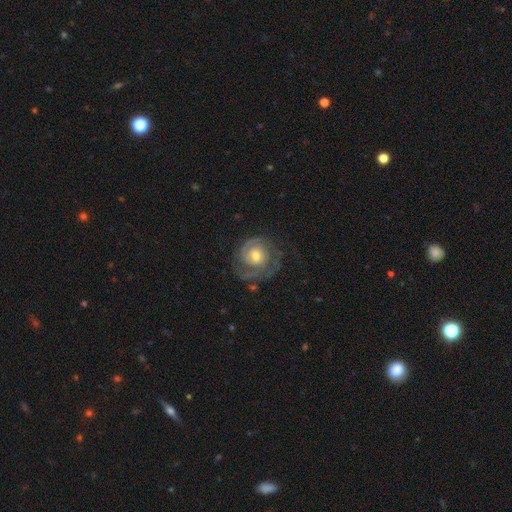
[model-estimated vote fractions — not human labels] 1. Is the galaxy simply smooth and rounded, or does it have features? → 83% featured or disk, 12% smooth, 5% star or artifact.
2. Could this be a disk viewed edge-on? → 98% no, 2% yes.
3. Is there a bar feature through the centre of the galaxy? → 73% no, 23% weak, 5% strong.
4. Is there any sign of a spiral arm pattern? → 94% yes, 6% no.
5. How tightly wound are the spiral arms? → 65% tight, 28% medium, 7% loose.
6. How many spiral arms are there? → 50% 2, 20% can't tell, 14% 3, 9% 1, 4% 4, 4% more than 4.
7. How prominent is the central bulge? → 66% moderate, 25% small, 6% large, 1% none, 1% dominant.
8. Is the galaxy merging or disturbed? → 67% none, 18% minor disturbance, 12% major disturbance, 2% merger.